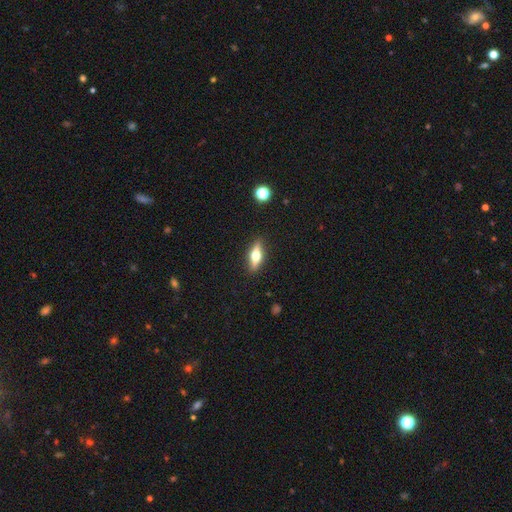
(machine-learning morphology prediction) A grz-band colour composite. It shows a featured or disk galaxy (53%) viewed edge-on (92%). Merging: none (88%).